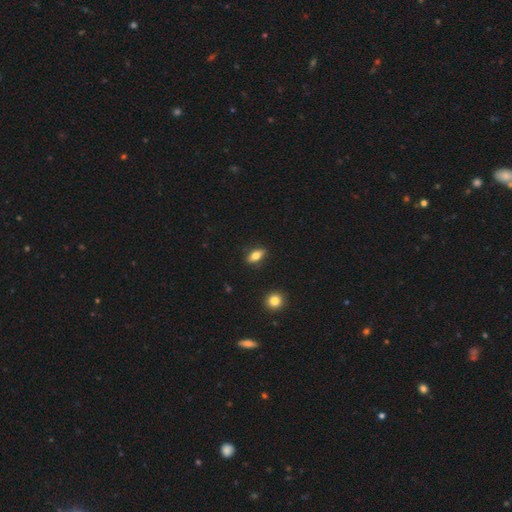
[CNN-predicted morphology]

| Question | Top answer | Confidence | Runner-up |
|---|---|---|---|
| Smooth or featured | smooth | 71% | featured or disk (21%) |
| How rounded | in between | 80% | cigar-shaped (14%) |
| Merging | none | 87% | minor disturbance (9%) |